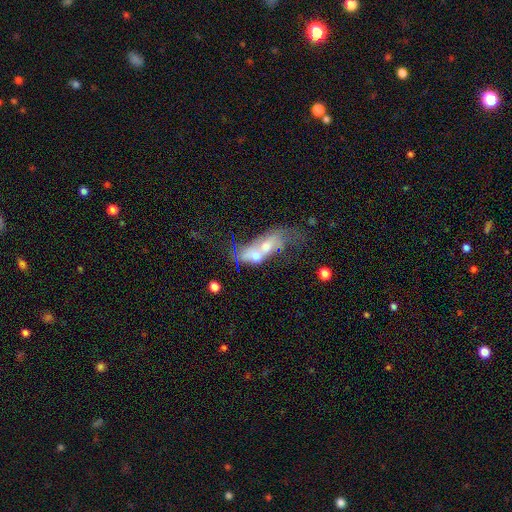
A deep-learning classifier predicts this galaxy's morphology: Smooth or featured?
  - smooth: 48% *
  - featured or disk: 41%
  - star or artifact: 11%
Merging?
  - merger: 76% *
  - major disturbance: 10%
  - none: 8%
  - minor disturbance: 5%